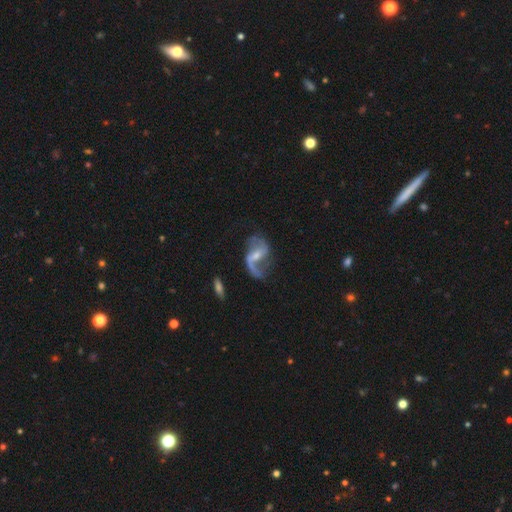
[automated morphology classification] type=featured or disk (85%); edge-on=no (97%); bar=weak (49%); spiral arms=yes (93%); winding=loose (74%); arm count=2 (75%); bulge=small (53%); merging=none (52%).